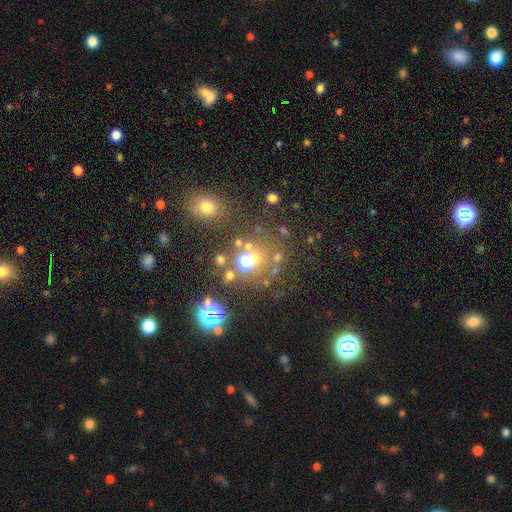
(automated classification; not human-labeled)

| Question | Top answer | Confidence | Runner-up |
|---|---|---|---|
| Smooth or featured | star or artifact | 57% | smooth (29%) |